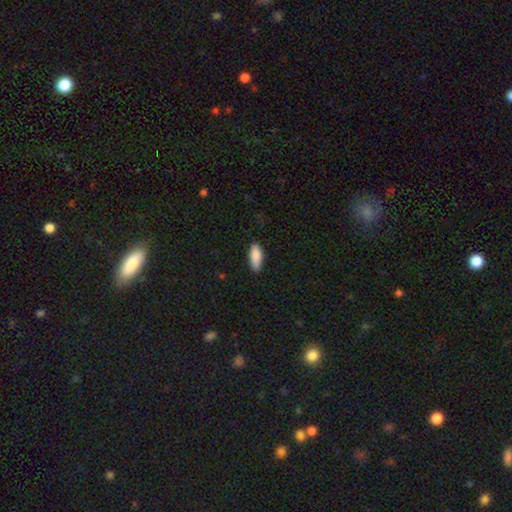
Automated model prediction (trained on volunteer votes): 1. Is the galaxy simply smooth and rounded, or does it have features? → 88% smooth, 6% star or artifact, 5% featured or disk.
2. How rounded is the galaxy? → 78% in between, 21% cigar-shaped, 2% round.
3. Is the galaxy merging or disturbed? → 76% none, 20% minor disturbance, 3% major disturbance, 1% merger.